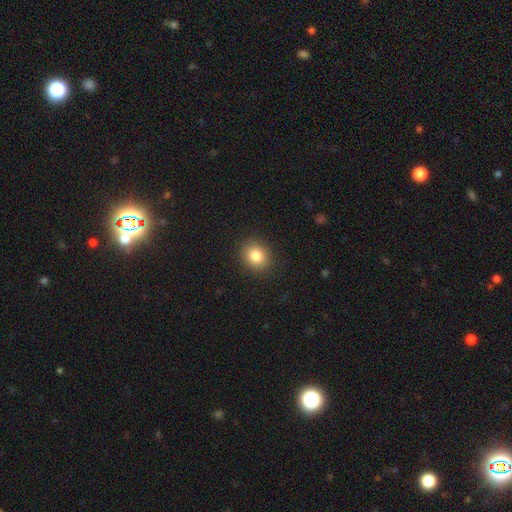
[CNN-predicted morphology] This is clearly a smooth galaxy (83%). How rounded: likely round (69%). Merging: clearly none (90%).